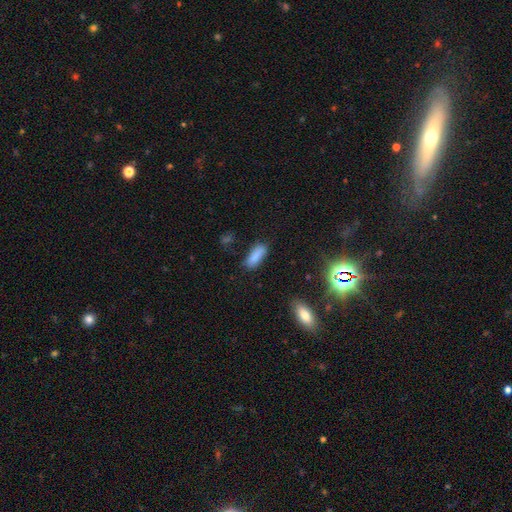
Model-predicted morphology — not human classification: Smooth or featured?
  - smooth: 85% *
  - star or artifact: 9%
  - featured or disk: 7%
How rounded?
  - in between: 66% *
  - cigar-shaped: 32%
  - round: 2%
Merging?
  - none: 70% *
  - minor disturbance: 21%
  - major disturbance: 5%
  - merger: 4%